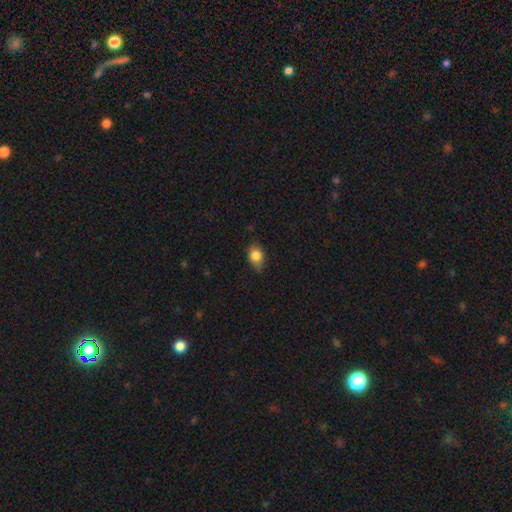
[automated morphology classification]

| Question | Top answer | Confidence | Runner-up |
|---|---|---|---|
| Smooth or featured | smooth | 82% | featured or disk (10%) |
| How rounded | in between | 70% | round (28%) |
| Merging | none | 64% | minor disturbance (29%) |